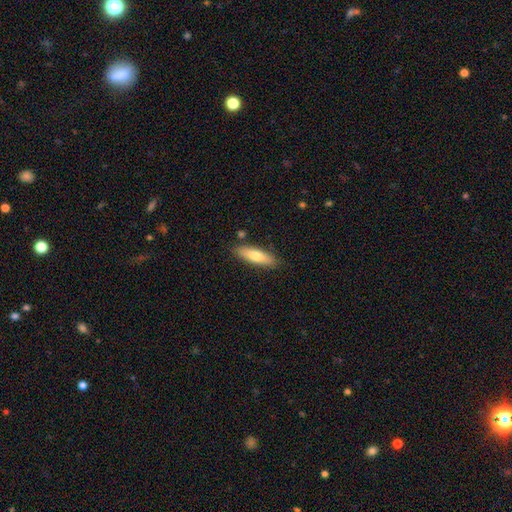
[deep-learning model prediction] The model was most divided on "how rounded": cigar-shaped: 51%, in between: 47%, round: 2%. More confident: merging — none (85%); smooth or featured — smooth (72%).